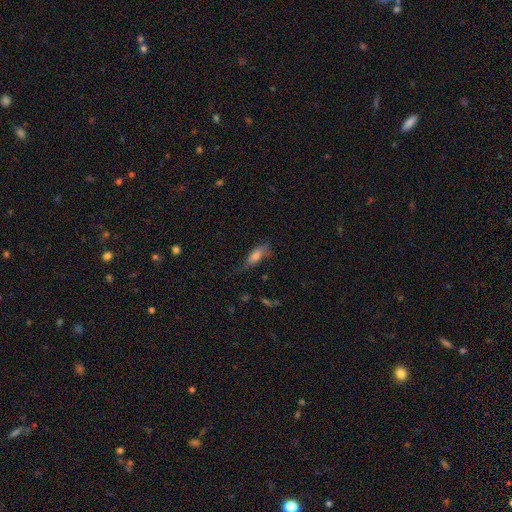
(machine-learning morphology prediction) This is likely a smooth galaxy (69%). How rounded: likely in between (63%). Merging: possibly none (52%).